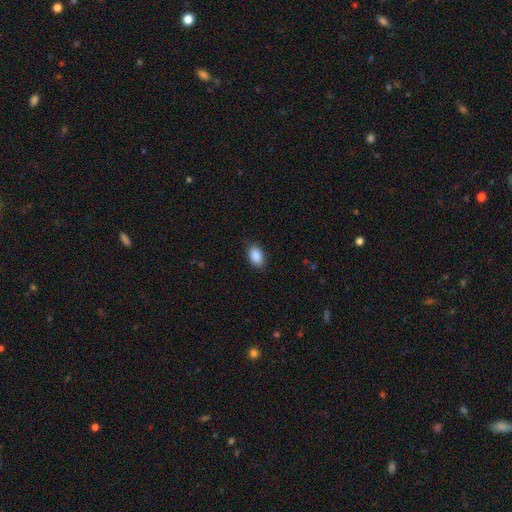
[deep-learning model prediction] Morphology: type=smooth (89%); roundness=in between (90%); merging=none (85%).